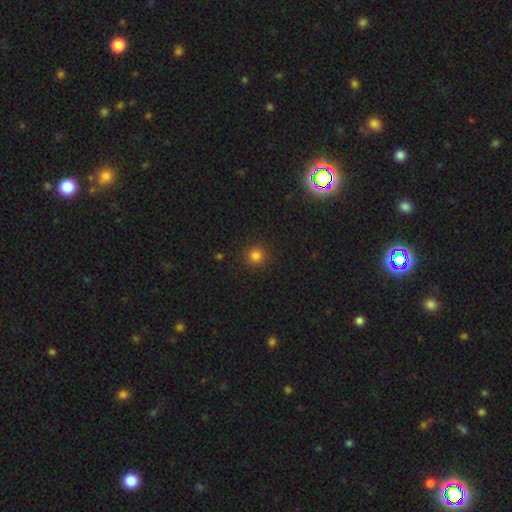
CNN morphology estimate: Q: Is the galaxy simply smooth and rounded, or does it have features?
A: smooth — 81%.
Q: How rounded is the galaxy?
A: round — 94%.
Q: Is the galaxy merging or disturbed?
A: none — 90%.